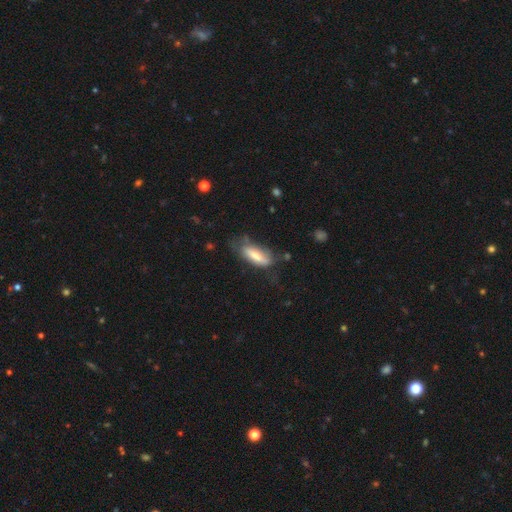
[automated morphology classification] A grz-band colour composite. It shows a smooth galaxy with no disk features (66%) that is in between round and cigar-shaped (63%). Merging: none (53%).